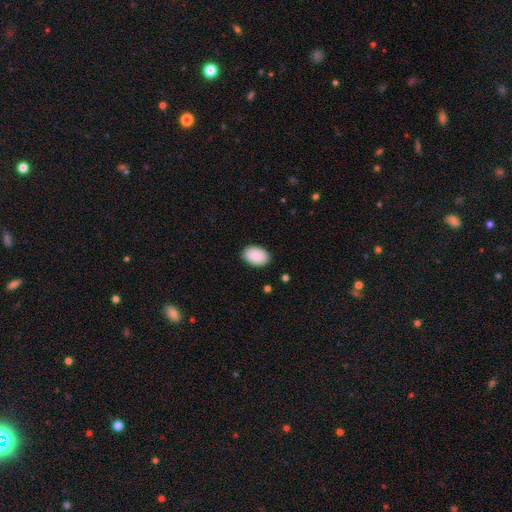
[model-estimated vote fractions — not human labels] smooth-or-featured: smooth: 91% | star or artifact: 6% | featured or disk: 3%
  how-rounded: in between: 87% | round: 12% | cigar-shaped: 1%
  merging: none: 88% | minor disturbance: 9% | major disturbance: 2% | merger: 1%